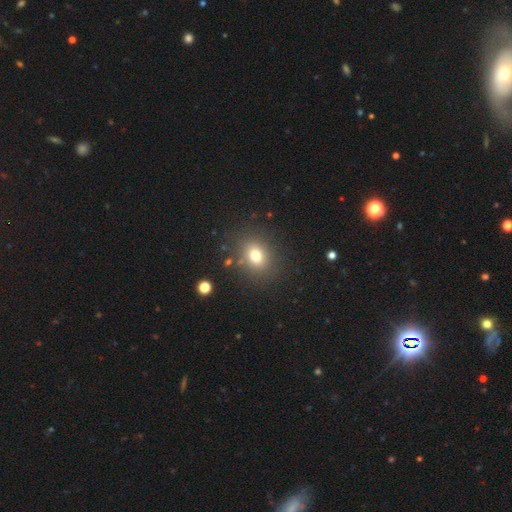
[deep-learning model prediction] This is likely a smooth galaxy (74%). How rounded: possibly round (58%). Merging: clearly none (83%).